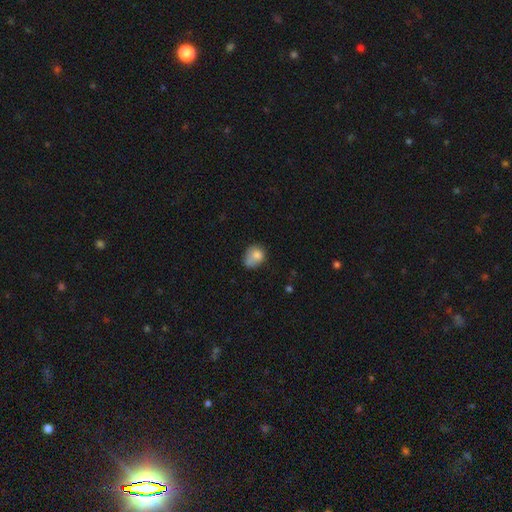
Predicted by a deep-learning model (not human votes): smooth 76%, featured or disk 14%, star or artifact 10%. Down the decision tree: how rounded — in between (51%); merging — none (37%).